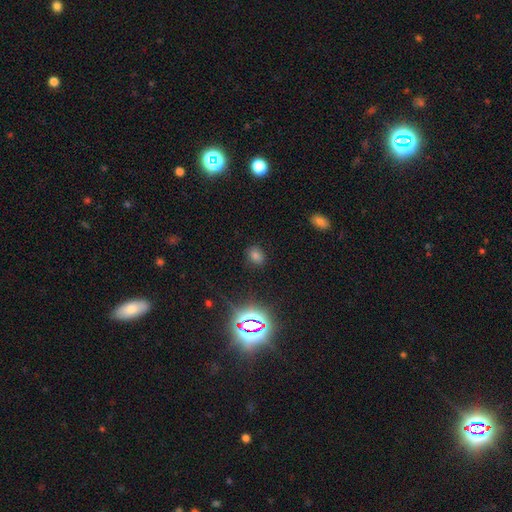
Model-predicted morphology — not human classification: The model was most divided on "how rounded": in between: 50%, round: 48%, cigar-shaped: 2%. More confident: merging — none (85%); smooth or featured — smooth (60%).